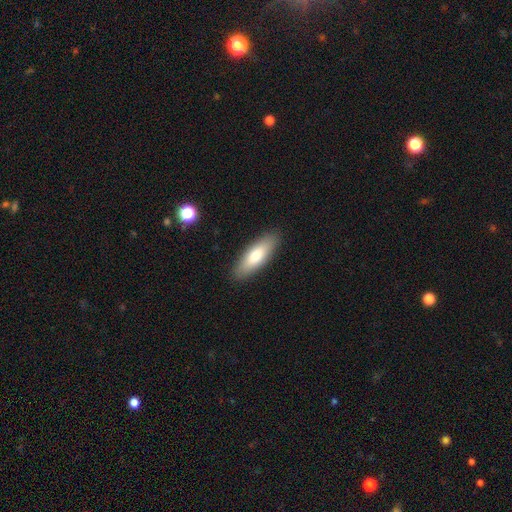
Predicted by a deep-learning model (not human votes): smooth 74%, featured or disk 20%, star or artifact 6%. Down the decision tree: how rounded — in between (57%); merging — none (89%).